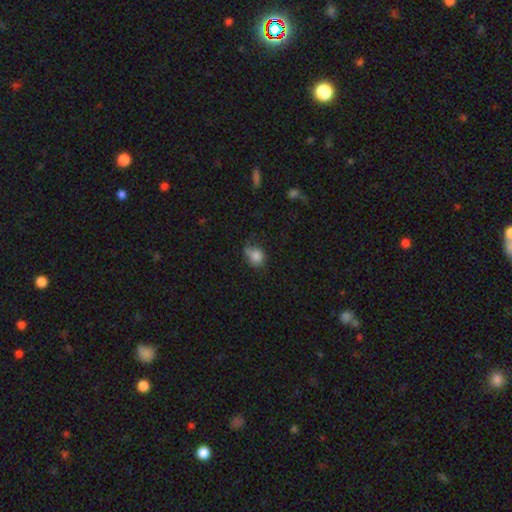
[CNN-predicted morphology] A smooth galaxy with no disk features (81%) that is round (51%).

Vote fractions:
- Smooth or featured? smooth: 81% / star or artifact: 10% / featured or disk: 8%
- How rounded? round: 51% / in between: 48% / cigar-shaped: 1%
- Merging? none: 42% / minor disturbance: 37% / major disturbance: 15% / merger: 7%